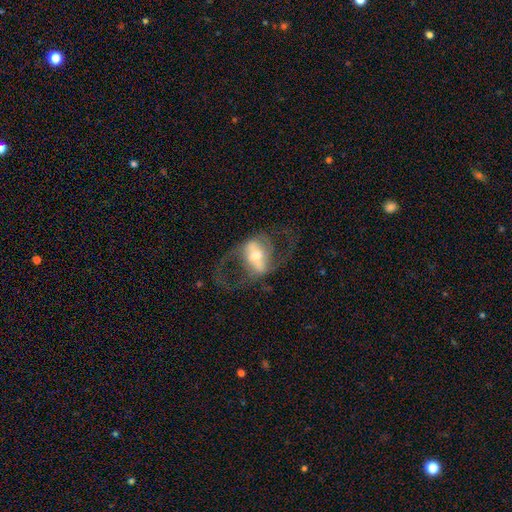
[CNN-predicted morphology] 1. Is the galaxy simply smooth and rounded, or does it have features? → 79% featured or disk, 15% smooth, 6% star or artifact.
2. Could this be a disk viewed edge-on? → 94% no, 6% yes.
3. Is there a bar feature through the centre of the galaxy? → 49% strong, 31% weak, 20% no.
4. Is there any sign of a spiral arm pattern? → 77% yes, 23% no.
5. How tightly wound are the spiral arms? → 47% medium, 42% loose, 11% tight.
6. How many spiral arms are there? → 86% 2, 7% can't tell, 3% 1, 2% 3, 1% 4, 1% more than 4.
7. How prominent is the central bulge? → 57% moderate, 29% small, 11% large, 2% dominant, 2% none.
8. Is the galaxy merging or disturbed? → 57% none, 27% major disturbance, 14% minor disturbance, 3% merger.